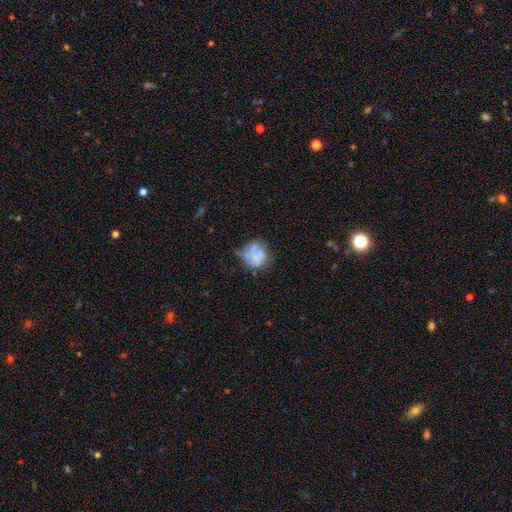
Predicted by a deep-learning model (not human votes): smooth_or_featured: smooth (p=0.51) [alt: featured or disk p=0.38]
how_rounded: round (p=0.74) [alt: in between p=0.25]
merging: none (p=0.47) [alt: minor disturbance p=0.29]